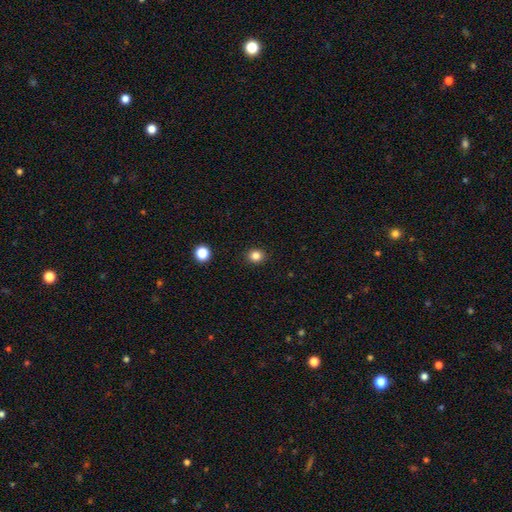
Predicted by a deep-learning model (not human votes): Morphology: type=smooth (83%); roundness=round (83%); merging=none (92%).